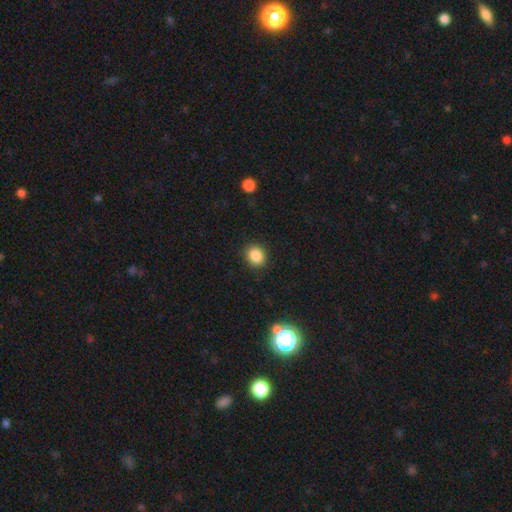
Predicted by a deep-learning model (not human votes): Overall: smooth (87%). How rounded: round (70%). Merging: none (89%).